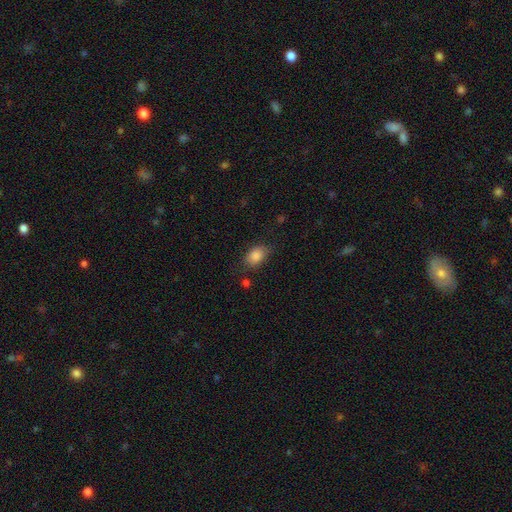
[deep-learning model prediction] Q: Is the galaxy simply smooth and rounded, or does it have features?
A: smooth — 87%.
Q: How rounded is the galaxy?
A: in between — 83%.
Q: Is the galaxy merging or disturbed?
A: none — 74%.